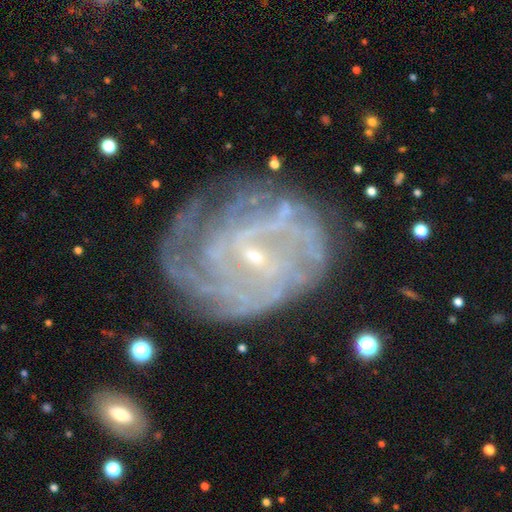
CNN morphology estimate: This appears to be a featured or disk galaxy (84%) with a weak bar (49%), tight (61%) spiral arms (91%) and a small central bulge (85%). Merging: none (61%).